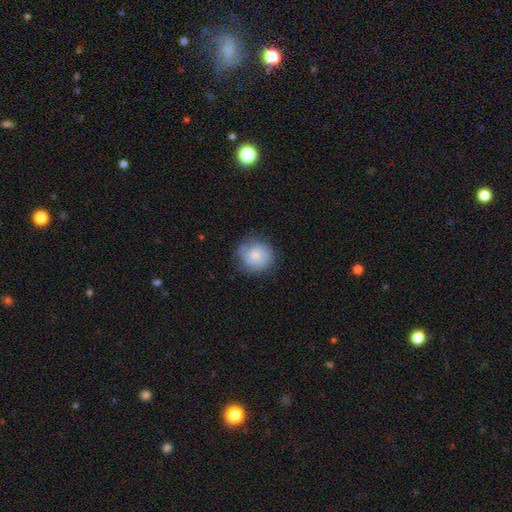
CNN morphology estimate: smooth_or_featured: smooth (p=0.76) [alt: featured or disk p=0.17]
how_rounded: round (p=0.89) [alt: in between p=0.10]
merging: none (p=0.77) [alt: minor disturbance p=0.17]